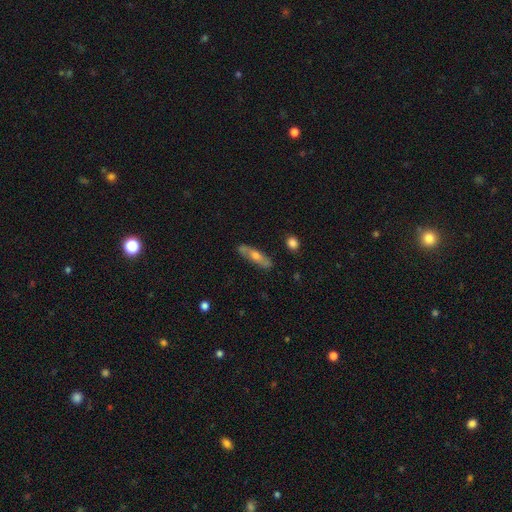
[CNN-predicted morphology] Q: Smooth or featured?
A: featured or disk (47%); runner-up: smooth (46%)
Q: Merging?
A: none (83%); runner-up: minor disturbance (12%)